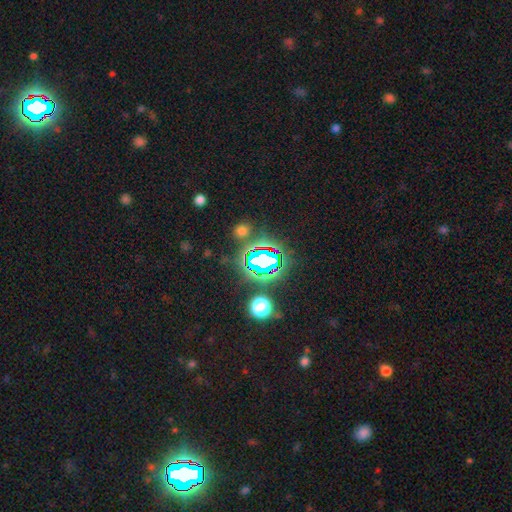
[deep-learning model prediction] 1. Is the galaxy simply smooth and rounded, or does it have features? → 68% star or artifact, 21% smooth, 11% featured or disk.